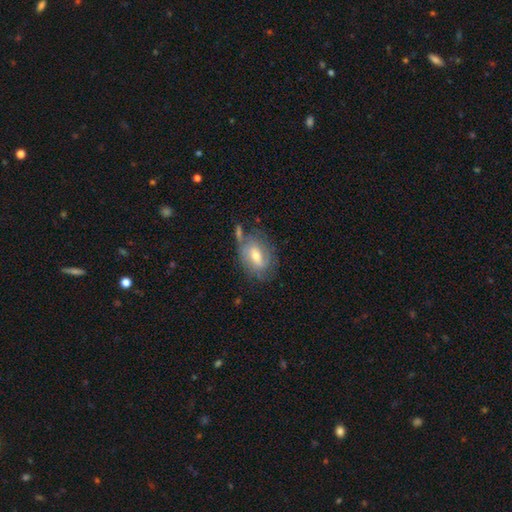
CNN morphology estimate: A featured or disk galaxy (52%). Merging: none (55%).